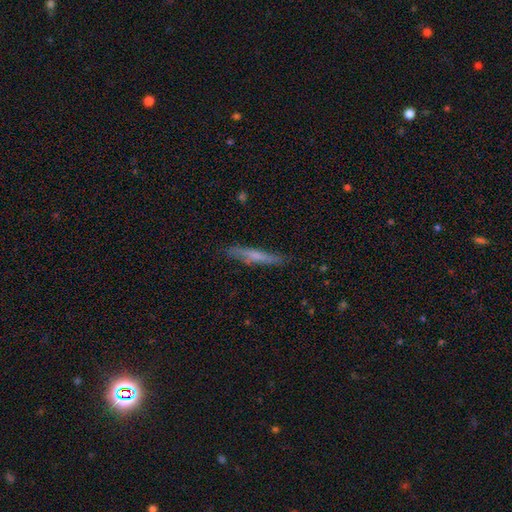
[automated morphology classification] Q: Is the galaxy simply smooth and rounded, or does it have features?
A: smooth — 56%.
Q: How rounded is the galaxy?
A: cigar-shaped — 94%.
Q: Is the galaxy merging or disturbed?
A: none — 82%.